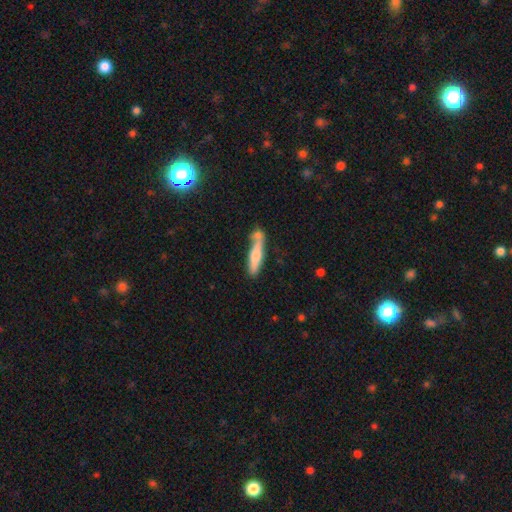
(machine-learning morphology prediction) smooth 61%, featured or disk 33%, star or artifact 6%. Down the decision tree: how rounded — cigar-shaped (83%); merging — none (52%).